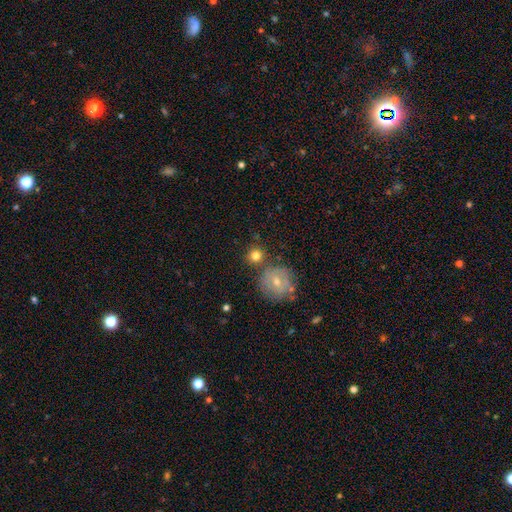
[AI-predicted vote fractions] smooth-or-featured: smooth: 78% | featured or disk: 12% | star or artifact: 10%
  how-rounded: round: 91% | in between: 8% | cigar-shaped: 1%
  merging: none: 69% | merger: 17% | minor disturbance: 10% | major disturbance: 4%